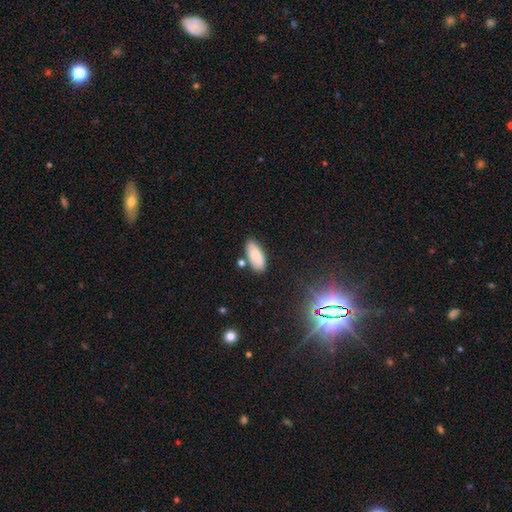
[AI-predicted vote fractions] smooth_or_featured: smooth (p=0.71) [alt: featured or disk p=0.21]
how_rounded: in between (p=0.89) [alt: cigar-shaped p=0.09]
merging: none (p=0.74) [alt: minor disturbance p=0.15]